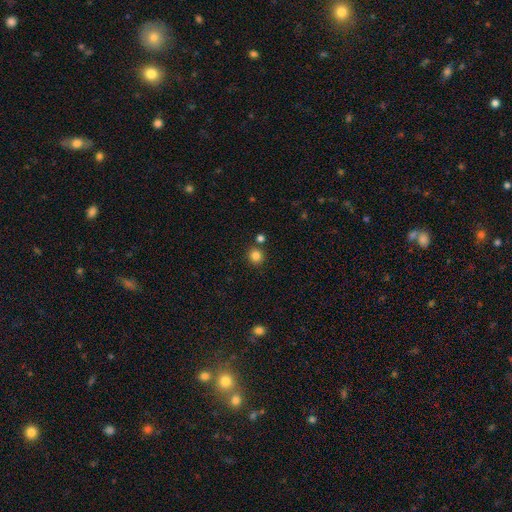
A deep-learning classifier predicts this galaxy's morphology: smooth 84%, star or artifact 12%, featured or disk 4%. Down the decision tree: how rounded — round (92%); merging — none (83%).